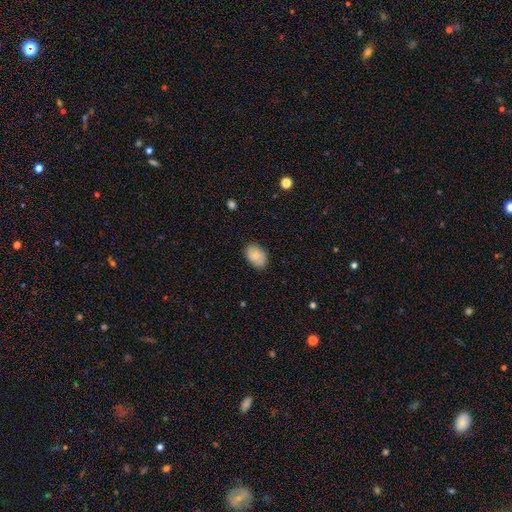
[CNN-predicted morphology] smooth_or_featured: smooth (p=0.80) [alt: featured or disk p=0.13]
how_rounded: in between (p=0.89) [alt: round p=0.10]
merging: none (p=0.82) [alt: minor disturbance p=0.14]